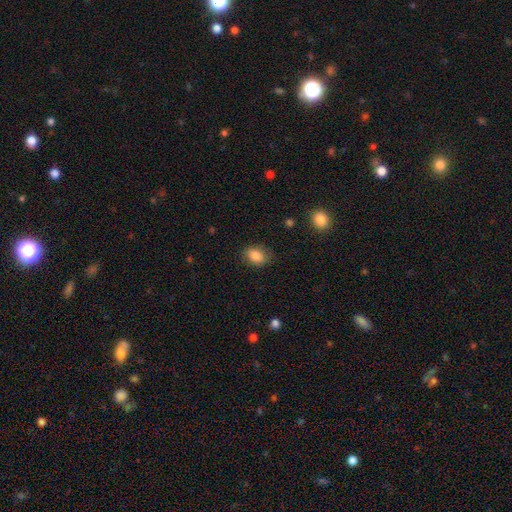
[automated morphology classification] smooth 86%, star or artifact 9%, featured or disk 5%. Down the decision tree: how rounded — in between (69%); merging — none (77%).